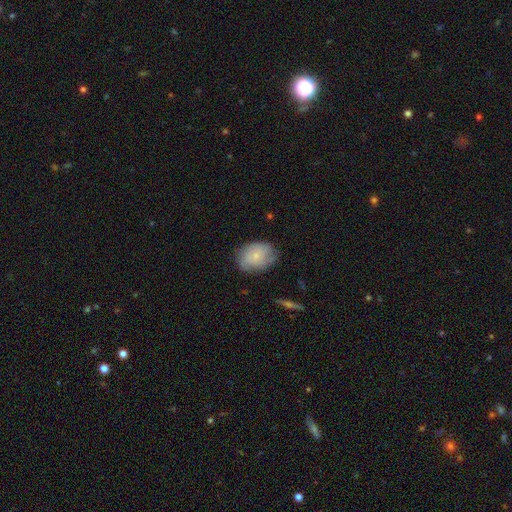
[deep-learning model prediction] smooth 58%, featured or disk 34%, star or artifact 8%. Down the decision tree: how rounded — in between (68%); merging — none (65%).